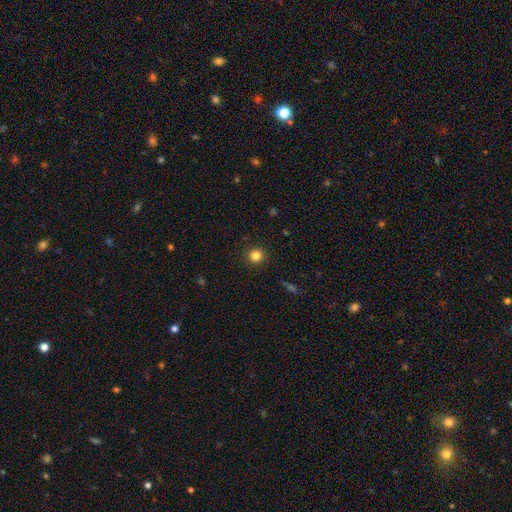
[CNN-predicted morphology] Smooth or featured: smooth — 82% (star or artifact — 13%)
How rounded: round — 94% (in between — 5%)
Merging: none — 92% (minor disturbance — 5%)